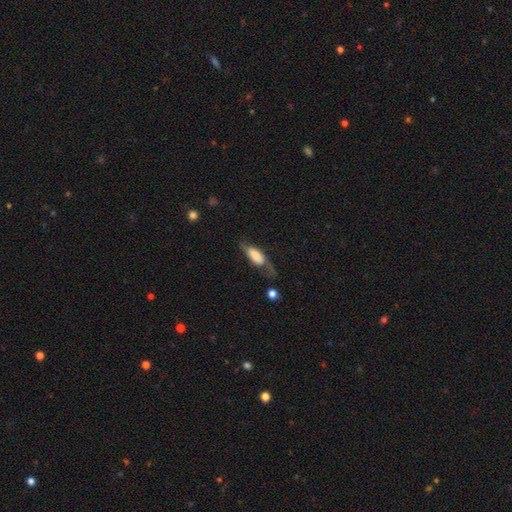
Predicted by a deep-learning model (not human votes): This appears to be a smooth galaxy with no disk features (61%) that is in between round and cigar-shaped (78%). Merging: none (37%).